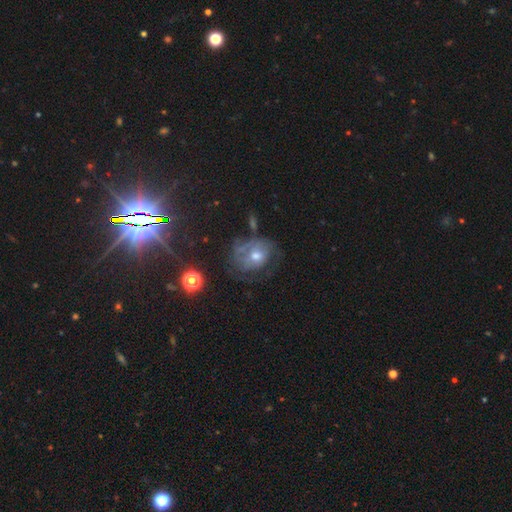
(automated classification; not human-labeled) featured or disk 57%, smooth 27%, star or artifact 16%. Down the decision tree: edge-on disk — no (96%); bar — no (77%); spiral arms — yes (67%); bulge size — moderate (65%); merging — none (47%).